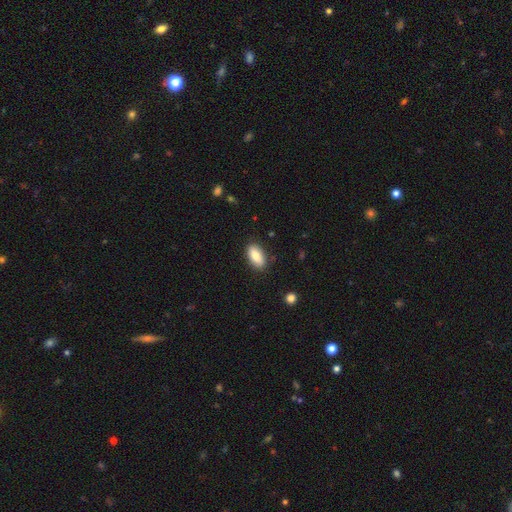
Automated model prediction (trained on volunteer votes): Morphology: type=smooth (82%); roundness=in between (90%); merging=none (86%).